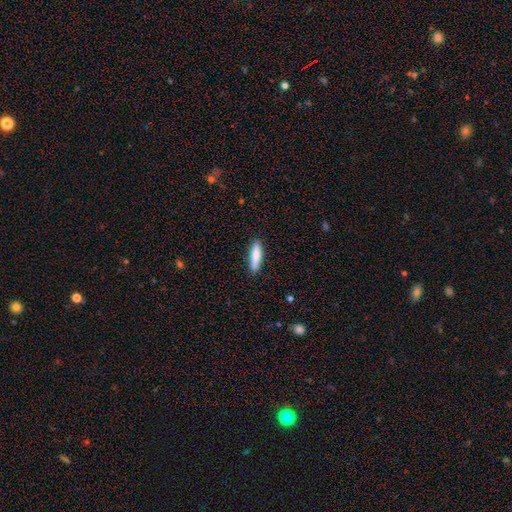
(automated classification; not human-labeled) smooth 81%, featured or disk 13%, star or artifact 6%. Down the decision tree: how rounded — cigar-shaped (70%); merging — none (87%).